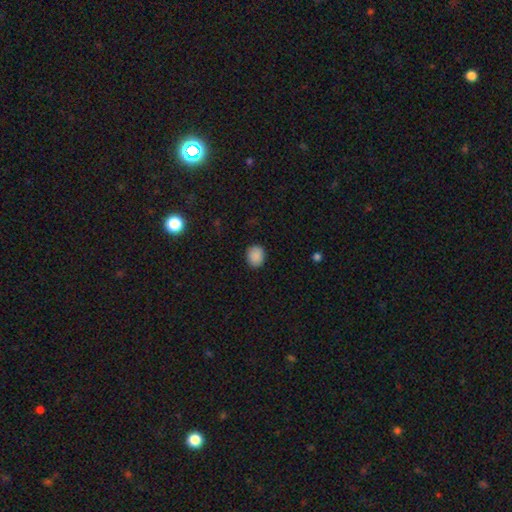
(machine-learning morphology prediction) Smooth or featured? smooth (88%)
How rounded? round (62%)
Merging? none (88%)